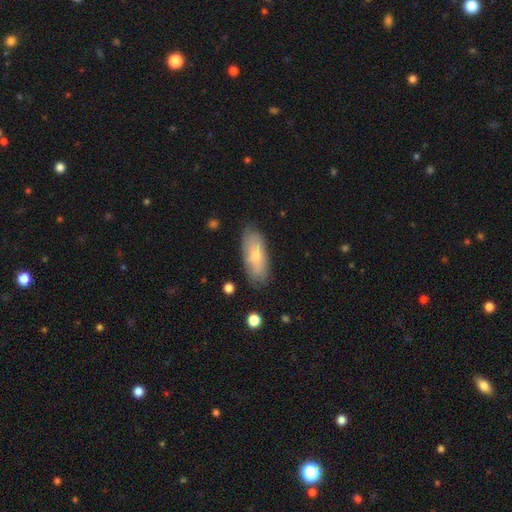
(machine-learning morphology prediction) smooth-or-featured: smooth: 68% | featured or disk: 26% | star or artifact: 6%
  how-rounded: in between: 81% | cigar-shaped: 17% | round: 3%
  merging: none: 79% | minor disturbance: 16% | major disturbance: 3% | merger: 2%